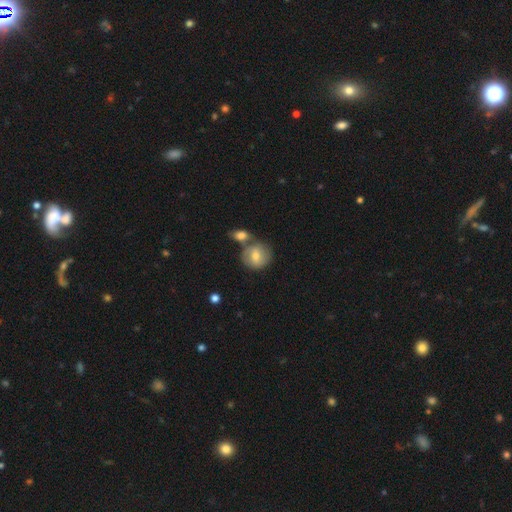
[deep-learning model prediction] The model was most divided on "merging": none: 54%, merger: 32%, minor disturbance: 11%, major disturbance: 4%. More confident: how rounded — round (83%); smooth or featured — smooth (64%).